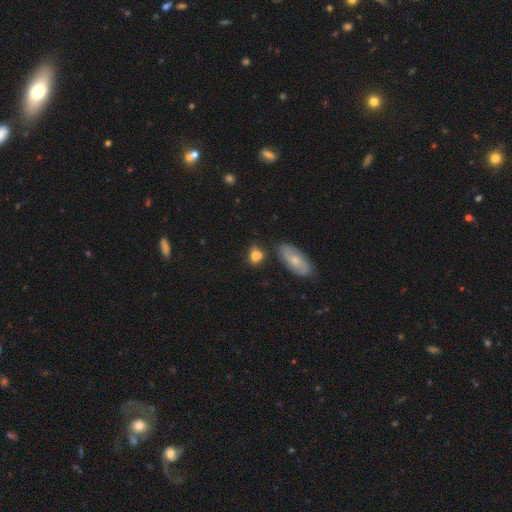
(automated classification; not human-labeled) Smooth or featured? smooth (79%)
How rounded? in between (61%)
Merging? none (63%)